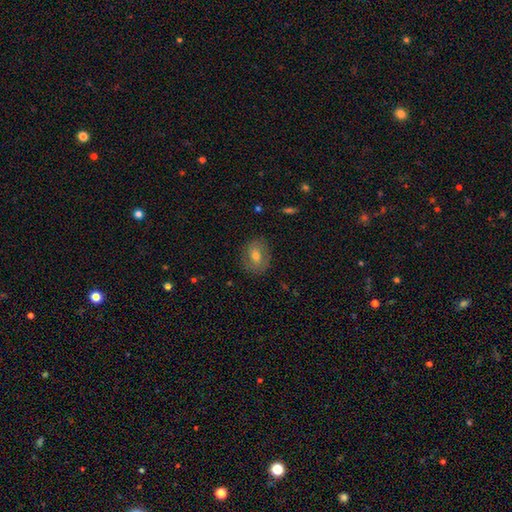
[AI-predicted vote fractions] Smooth or featured?
  - smooth: 57% *
  - featured or disk: 32%
  - star or artifact: 11%
How rounded?
  - round: 50% *
  - in between: 48%
  - cigar-shaped: 1%
Merging?
  - none: 82% *
  - minor disturbance: 13%
  - major disturbance: 4%
  - merger: 1%